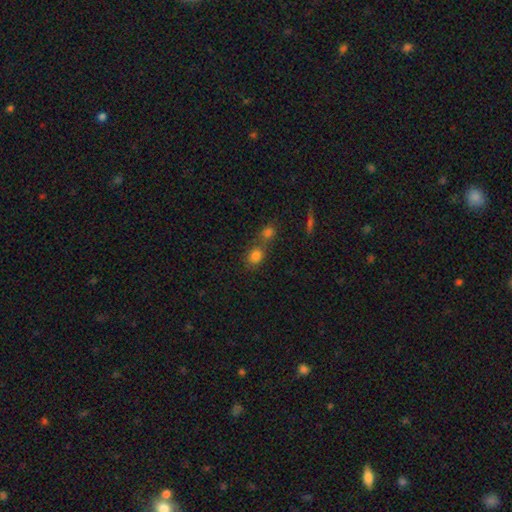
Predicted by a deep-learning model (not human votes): This is likely a smooth galaxy (79%). How rounded: possibly round (55%). Merging: possibly merger (46%).